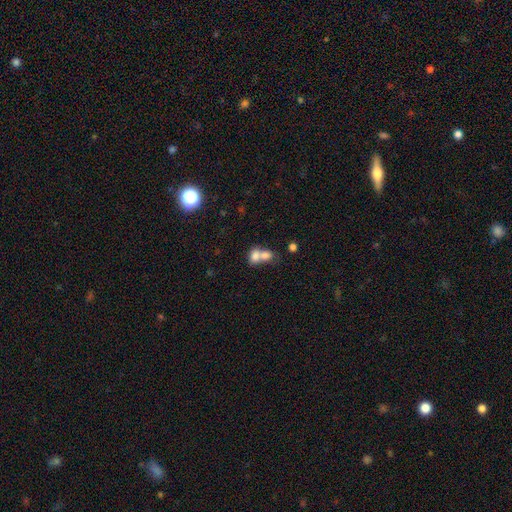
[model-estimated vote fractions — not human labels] A smooth galaxy with no disk features (74%) that is in between round and cigar-shaped (63%). Merging: merger (73%).